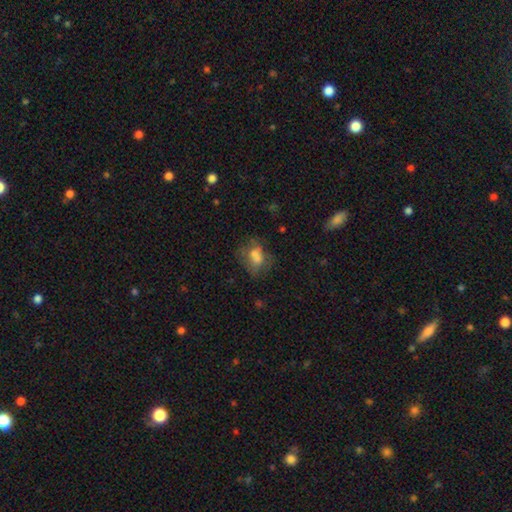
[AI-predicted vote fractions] smooth_or_featured: smooth (p=0.59) [alt: featured or disk p=0.27]
how_rounded: in between (p=0.69) [alt: round p=0.28]
merging: none (p=0.46) [alt: minor disturbance p=0.23]